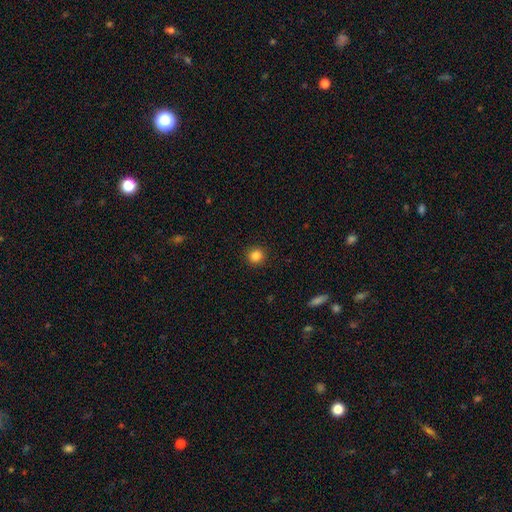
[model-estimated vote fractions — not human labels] Smooth or featured: smooth — 85% (star or artifact — 11%)
How rounded: round — 93% (in between — 6%)
Merging: none — 92% (minor disturbance — 5%)